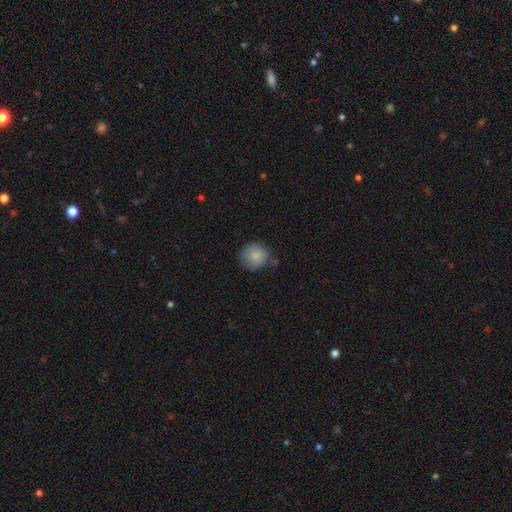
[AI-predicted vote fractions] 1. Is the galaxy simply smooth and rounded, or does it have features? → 85% smooth, 8% star or artifact, 7% featured or disk.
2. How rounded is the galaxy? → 90% round, 9% in between, 1% cigar-shaped.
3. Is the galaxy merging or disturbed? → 68% none, 23% minor disturbance, 5% major disturbance, 4% merger.